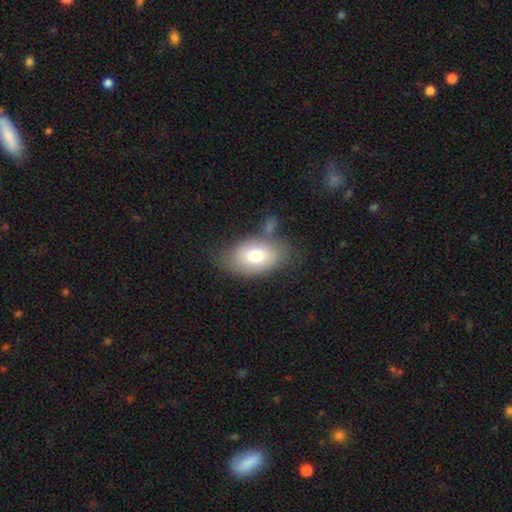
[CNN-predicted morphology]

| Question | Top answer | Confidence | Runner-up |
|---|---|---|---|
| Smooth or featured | smooth | 74% | featured or disk (18%) |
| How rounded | in between | 86% | round (13%) |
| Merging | none | 60% | minor disturbance (21%) |